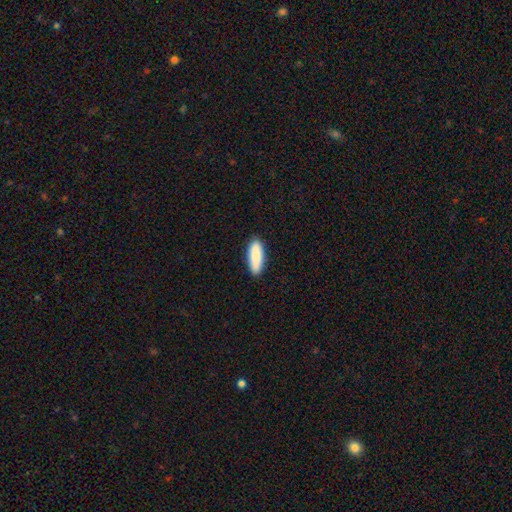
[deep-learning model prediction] Overall: smooth (86%). How rounded: in between (54%; cigar-shaped 45%). Merging: none (88%).